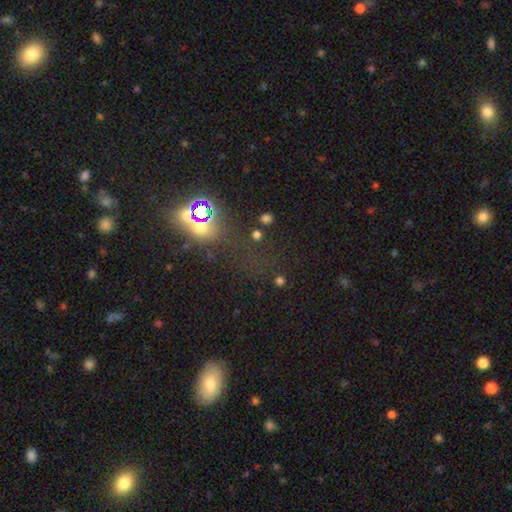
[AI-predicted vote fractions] Smooth or featured?
  - star or artifact: 58% *
  - smooth: 30%
  - featured or disk: 12%